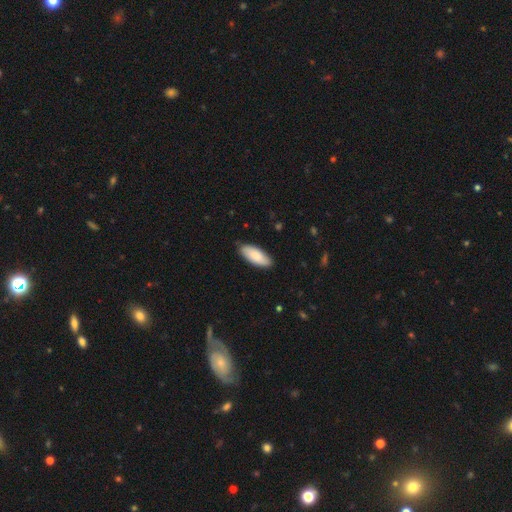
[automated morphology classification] Smooth or featured? smooth (83%)
How rounded? in between (82%)
Merging? none (86%)